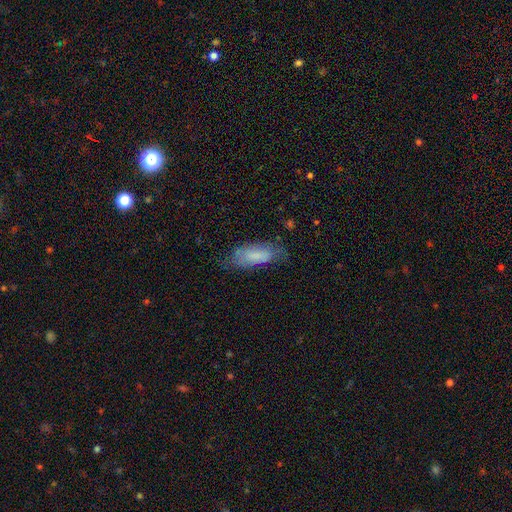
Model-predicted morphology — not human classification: Smooth or featured: smooth — 70% (featured or disk — 23%)
How rounded: in between — 73% (cigar-shaped — 25%)
Merging: none — 63% (minor disturbance — 26%)